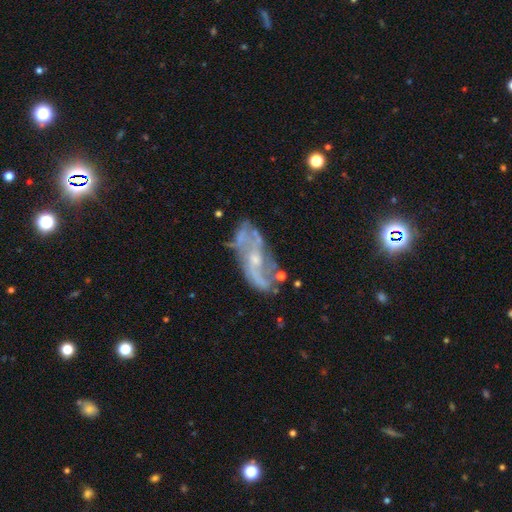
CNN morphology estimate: A featured or disk galaxy (74%) with no bar (57%), spiral arms (78%) and a small central bulge (62%). Merging: none (60%).